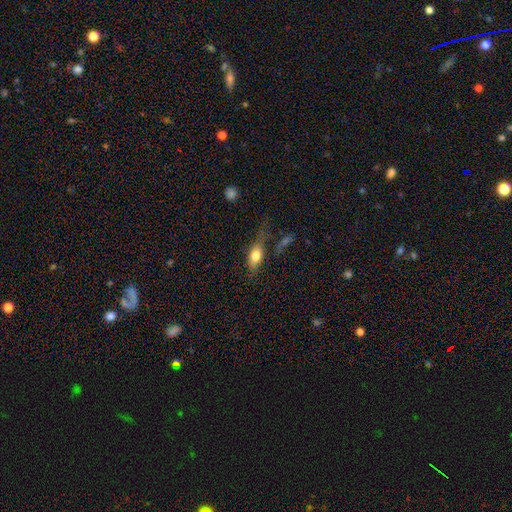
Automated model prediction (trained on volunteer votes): A smooth galaxy with no disk features (74%) that is in between round and cigar-shaped (79%). Merging: none (48%).